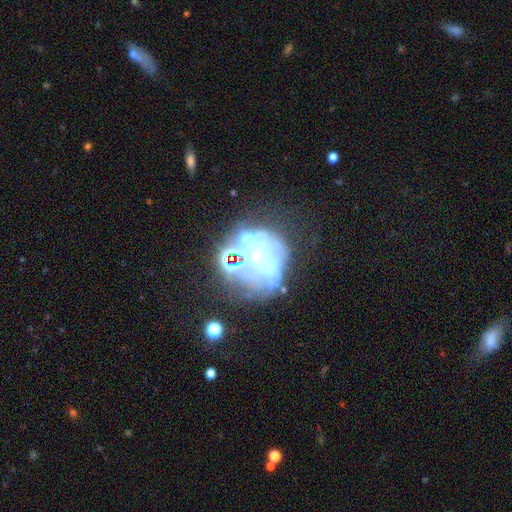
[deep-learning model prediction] Smooth or featured: featured or disk — 63% (star or artifact — 21%)
Edge-on disk: no — 97% (yes — 3%)
Bar: no — 85% (weak — 10%)
Spiral arms: no — 79% (yes — 21%)
Bulge size: small — 44% (moderate — 30%)
Merging: none — 46% (major disturbance — 25%)